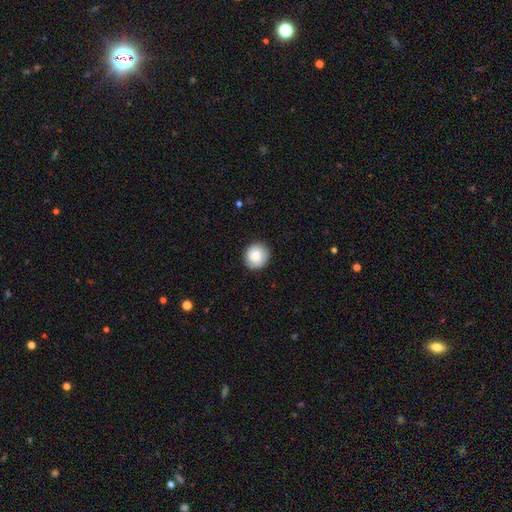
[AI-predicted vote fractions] Smooth or featured? Predicted: smooth (p=0.84). How rounded? Predicted: round (p=0.90). Merging? Predicted: none (p=0.89).